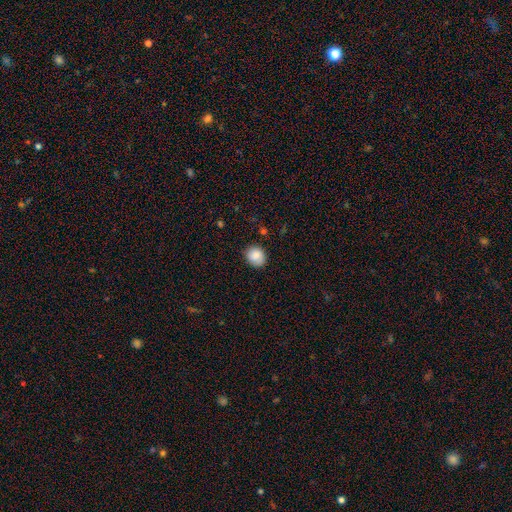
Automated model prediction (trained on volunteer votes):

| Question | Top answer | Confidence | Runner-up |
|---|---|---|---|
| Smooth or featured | smooth | 86% | star or artifact (8%) |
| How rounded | round | 68% | in between (31%) |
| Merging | none | 83% | minor disturbance (13%) |